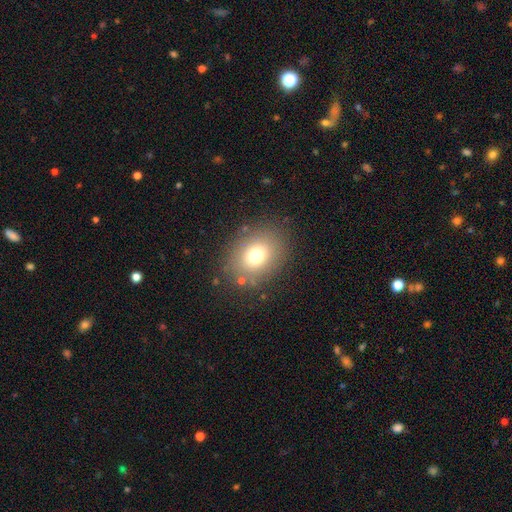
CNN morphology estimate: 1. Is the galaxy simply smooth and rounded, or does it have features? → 75% smooth, 13% star or artifact, 12% featured or disk.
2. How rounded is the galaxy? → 54% in between, 45% round, 1% cigar-shaped.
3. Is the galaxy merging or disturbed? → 82% none, 10% minor disturbance, 5% major disturbance, 3% merger.